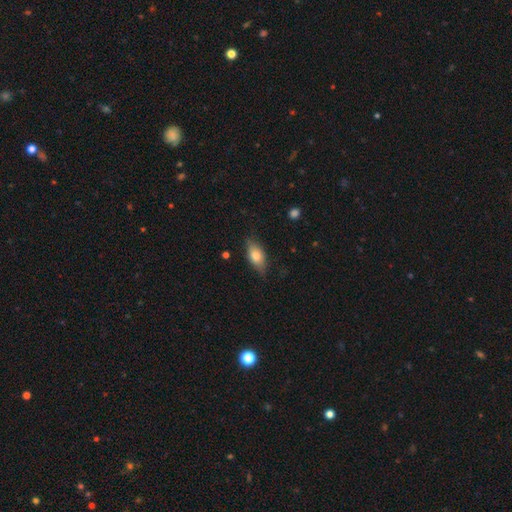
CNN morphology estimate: Smooth or featured? smooth (73%)
How rounded? in between (85%)
Merging? none (76%)